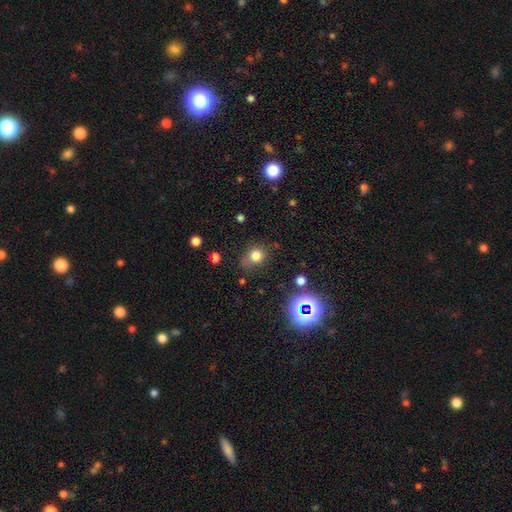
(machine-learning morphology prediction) Overall: smooth (76%). How rounded: round (77%). Merging: none (68%).